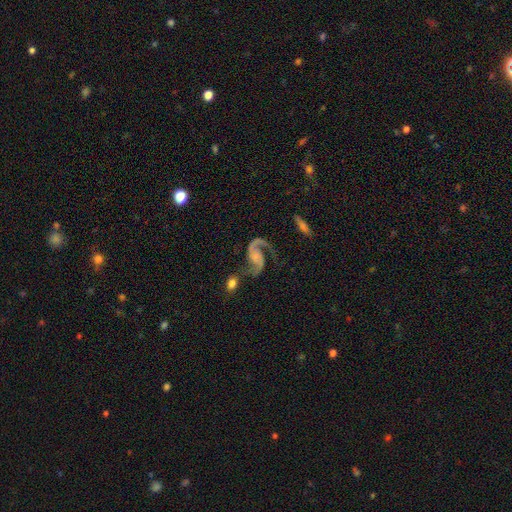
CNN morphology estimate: Smooth or featured?
  - featured or disk: 90% *
  - star or artifact: 5%
  - smooth: 5%
Edge-on disk?
  - no: 98% *
  - yes: 2%
Bar?
  - no: 59% *
  - weak: 31%
  - strong: 10%
Spiral arms?
  - yes: 97% *
  - no: 3%
Spiral winding?
  - loose: 51% *
  - medium: 41%
  - tight: 8%
Spiral arm count?
  - 2: 89% *
  - 1: 7%
  - can't tell: 2%
  - 3: 1%
  - 4: 1%
  - more than 4: 1%
Bulge size?
  - none: 49% *
  - small: 29%
  - moderate: 14%
  - large: 6%
  - dominant: 2%
Merging?
  - none: 55% *
  - major disturbance: 17%
  - minor disturbance: 17%
  - merger: 11%